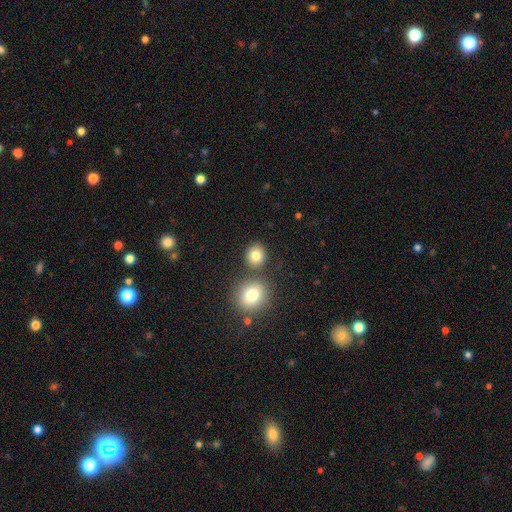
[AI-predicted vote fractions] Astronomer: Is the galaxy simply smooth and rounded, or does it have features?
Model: smooth — 81%.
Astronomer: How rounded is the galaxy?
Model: round — 80%.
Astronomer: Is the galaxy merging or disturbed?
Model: none — 76%.